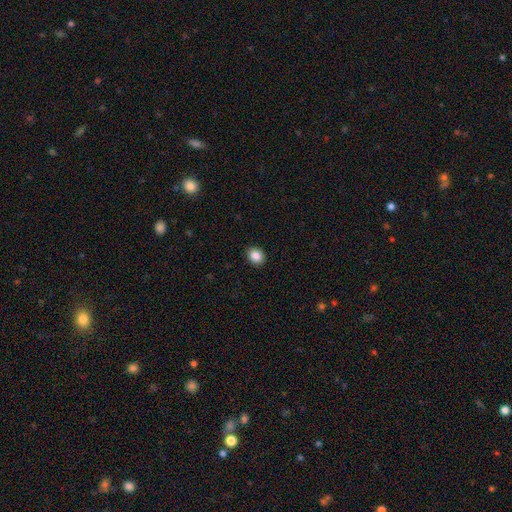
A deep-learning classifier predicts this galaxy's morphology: Overall: smooth (87%). How rounded: round (61%; in between 38%). Merging: none (91%).